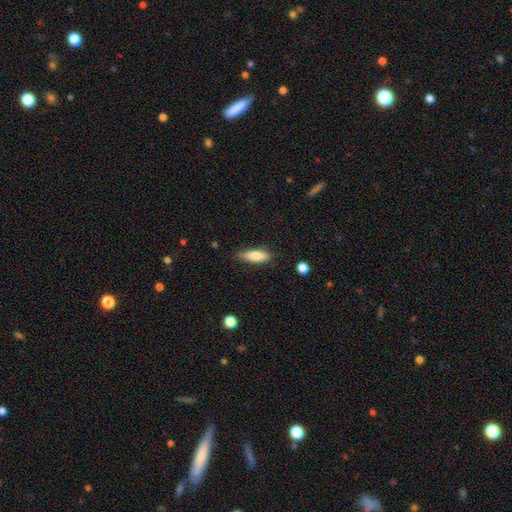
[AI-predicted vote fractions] Smooth or featured? Predicted: smooth (p=0.79). How rounded? Predicted: in between (p=0.53). Merging? Predicted: none (p=0.79).